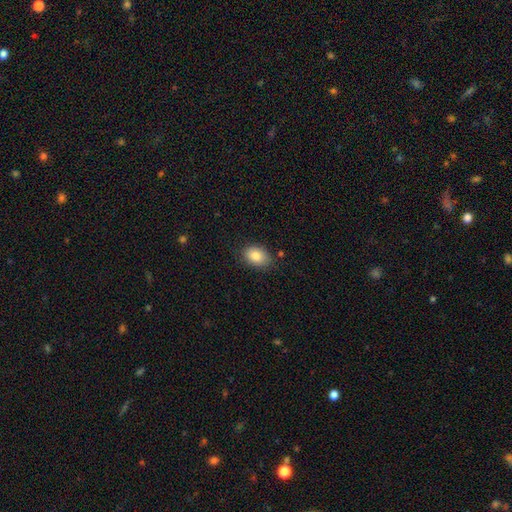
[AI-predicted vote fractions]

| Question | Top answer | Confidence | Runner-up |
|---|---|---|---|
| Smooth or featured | smooth | 84% | featured or disk (8%) |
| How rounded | in between | 83% | round (16%) |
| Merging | none | 80% | minor disturbance (15%) |